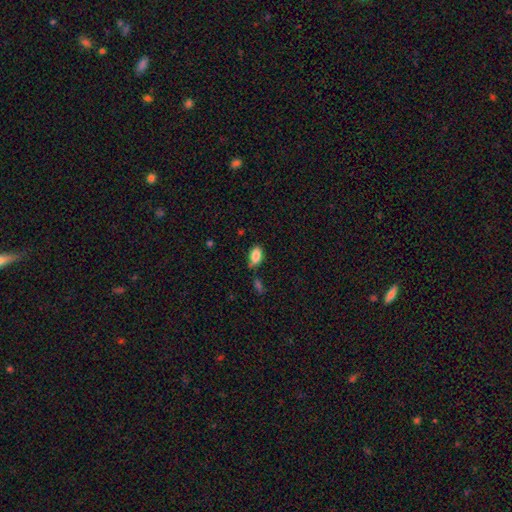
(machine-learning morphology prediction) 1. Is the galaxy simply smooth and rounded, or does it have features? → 86% smooth, 8% star or artifact, 6% featured or disk.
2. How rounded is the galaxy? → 92% in between, 6% round, 3% cigar-shaped.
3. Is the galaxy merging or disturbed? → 60% none, 28% minor disturbance, 7% merger, 6% major disturbance.